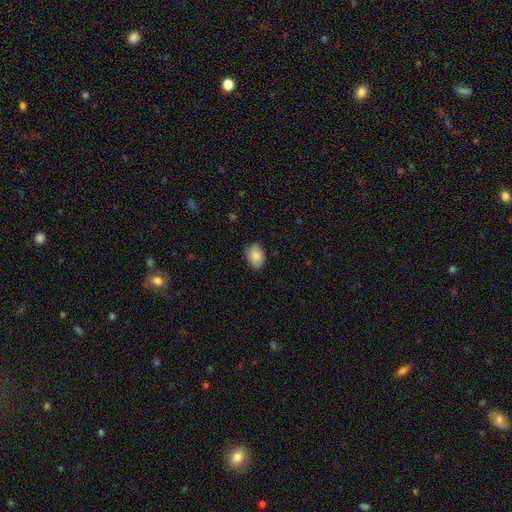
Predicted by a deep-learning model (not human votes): Smooth or featured?
  - smooth: 85% *
  - featured or disk: 8%
  - star or artifact: 7%
How rounded?
  - in between: 81% *
  - round: 17%
  - cigar-shaped: 1%
Merging?
  - none: 79% *
  - minor disturbance: 17%
  - major disturbance: 3%
  - merger: 1%